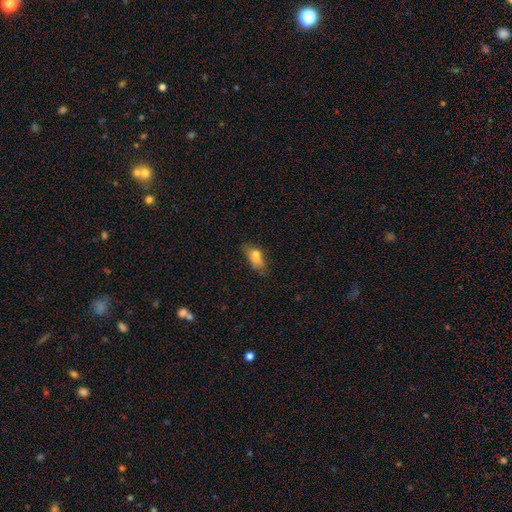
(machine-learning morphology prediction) Smooth or featured: smooth — 74% (featured or disk — 16%)
How rounded: in between — 82% (cigar-shaped — 13%)
Merging: none — 50% (minor disturbance — 31%)